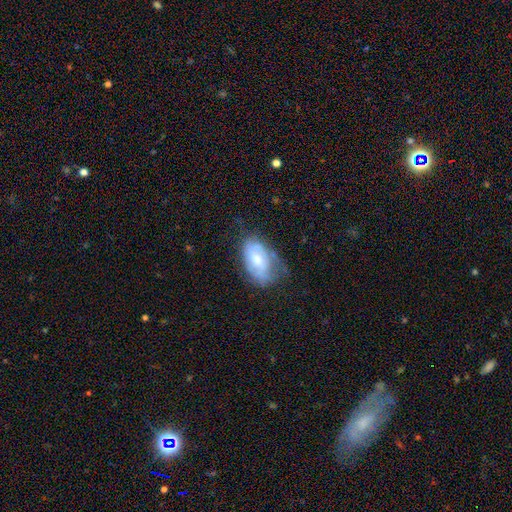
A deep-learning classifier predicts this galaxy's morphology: featured or disk 48%, smooth 41%, star or artifact 11%. Down the decision tree: merging — none (53%).